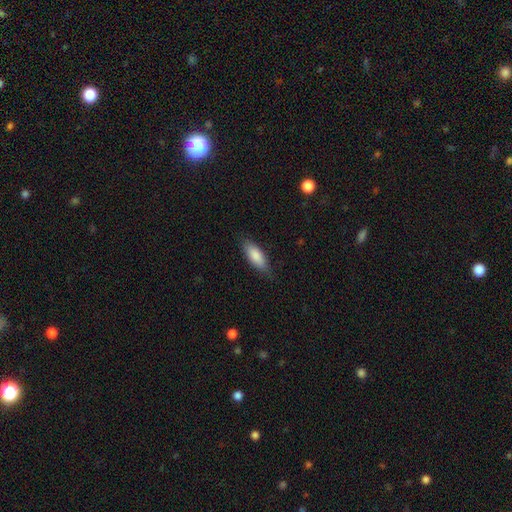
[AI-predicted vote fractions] smooth-or-featured: smooth: 84% | featured or disk: 10% | star or artifact: 6%
  how-rounded: in between: 72% | cigar-shaped: 26% | round: 2%
  merging: none: 79% | minor disturbance: 17% | major disturbance: 3% | merger: 1%